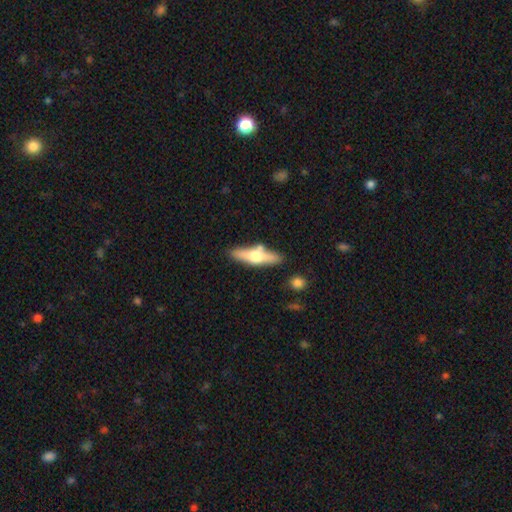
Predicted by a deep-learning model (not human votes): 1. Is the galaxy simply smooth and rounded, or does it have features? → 50% featured or disk, 45% smooth, 5% star or artifact.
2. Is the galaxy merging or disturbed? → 78% none, 12% minor disturbance, 7% merger, 3% major disturbance.